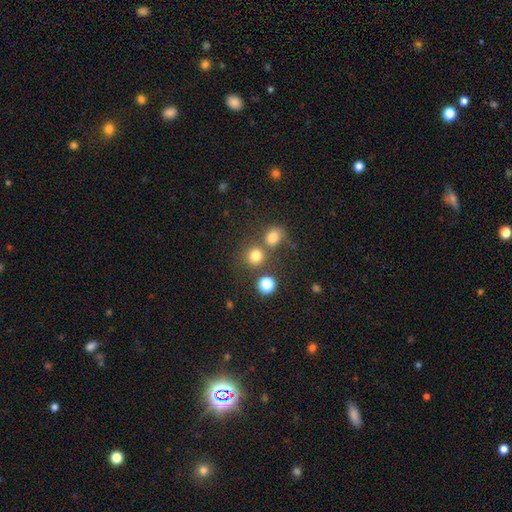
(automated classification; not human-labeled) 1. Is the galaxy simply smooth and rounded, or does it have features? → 76% smooth, 17% star or artifact, 7% featured or disk.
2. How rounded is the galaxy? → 88% round, 11% in between, 1% cigar-shaped.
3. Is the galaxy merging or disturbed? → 64% none, 24% merger, 8% minor disturbance, 4% major disturbance.